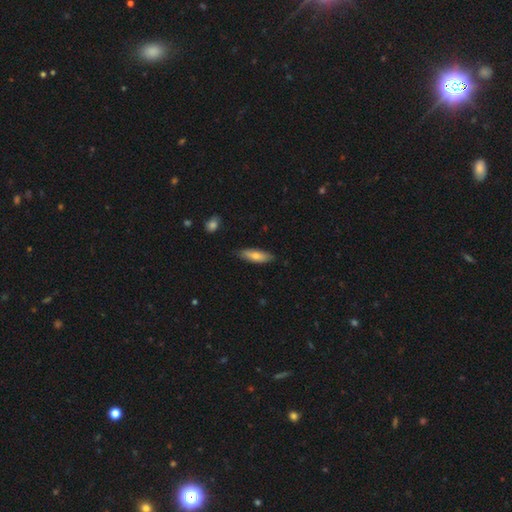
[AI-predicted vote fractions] Smooth or featured?
  - smooth: 69% *
  - featured or disk: 25%
  - star or artifact: 6%
How rounded?
  - in between: 53% *
  - cigar-shaped: 45%
  - round: 2%
Merging?
  - none: 83% *
  - minor disturbance: 14%
  - major disturbance: 2%
  - merger: 1%